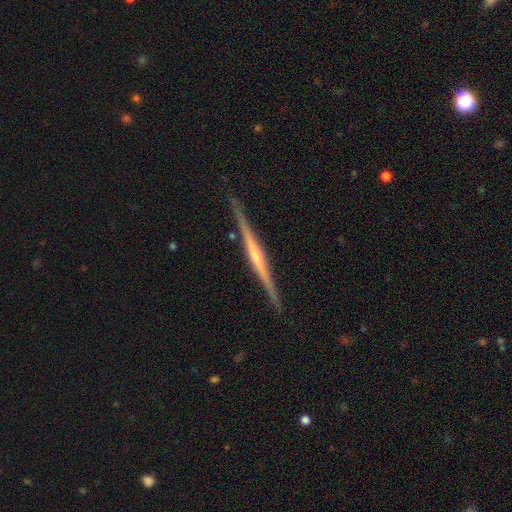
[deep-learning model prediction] Q: Smooth or featured?
A: featured or disk (78%); runner-up: smooth (17%)
Q: Edge-on disk?
A: yes (98%); runner-up: no (2%)
Q: Edge-on bulge?
A: rounded (50%); runner-up: none (38%)
Q: Merging?
A: none (90%); runner-up: minor disturbance (7%)